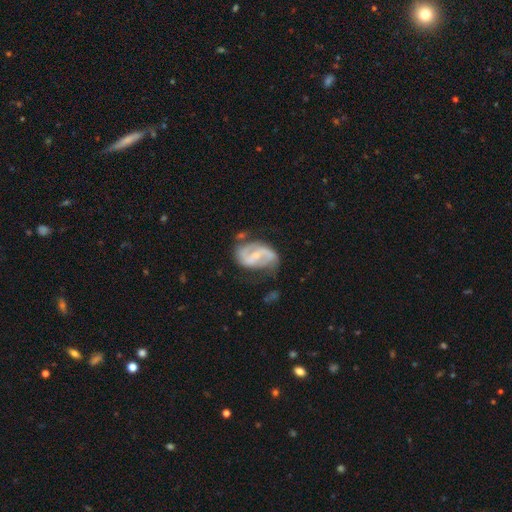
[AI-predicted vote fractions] Morphology: type=featured or disk (84%); edge-on=no (97%); bar=weak (44%); spiral arms=yes (93%); winding=medium (48%); arm count=2 (84%); bulge=small (58%); merging=none (54%).